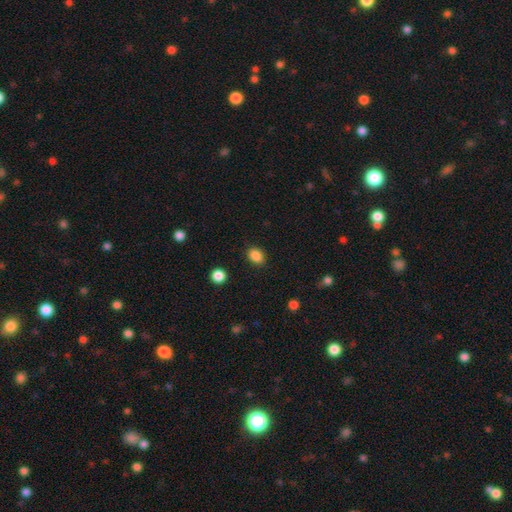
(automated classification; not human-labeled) Smooth or featured?
  - smooth: 87% *
  - star or artifact: 10%
  - featured or disk: 3%
How rounded?
  - in between: 62% *
  - round: 37%
  - cigar-shaped: 1%
Merging?
  - none: 88% *
  - minor disturbance: 9%
  - major disturbance: 3%
  - merger: 1%